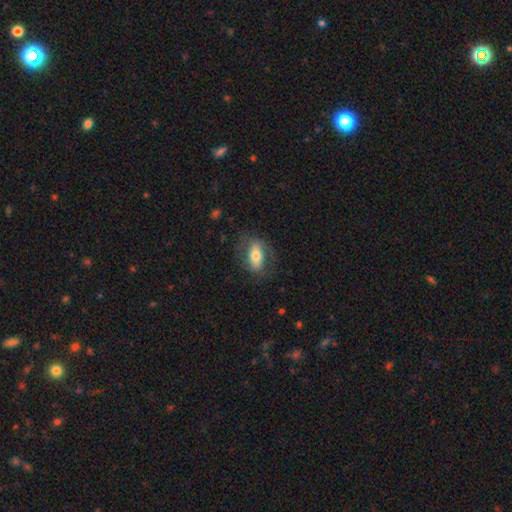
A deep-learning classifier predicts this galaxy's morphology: This appears to be a smooth galaxy with no disk features (55%) that is in between round and cigar-shaped (82%). Merging: none (70%).